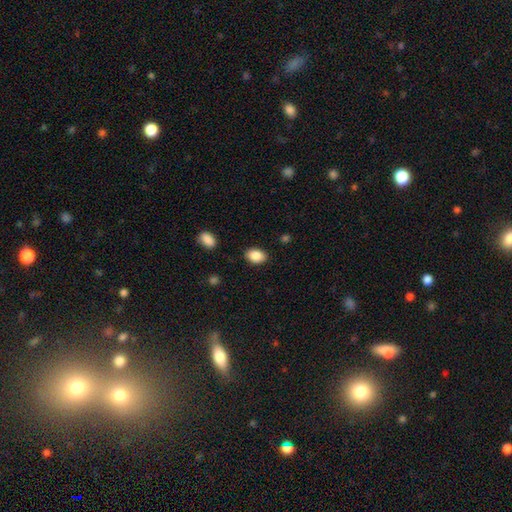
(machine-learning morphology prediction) This is clearly a smooth galaxy (87%). How rounded: likely in between (79%). Merging: clearly none (86%).